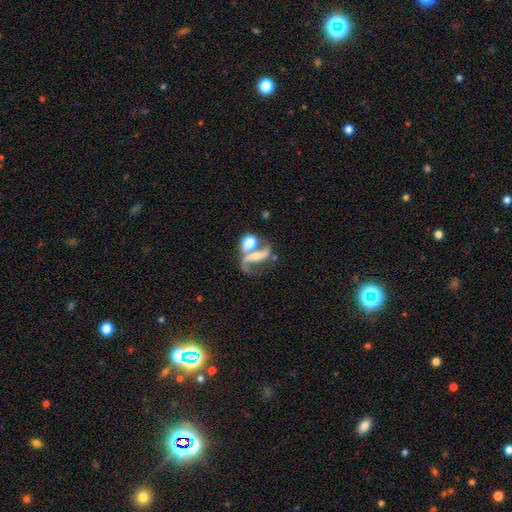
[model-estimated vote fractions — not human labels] This appears to be a featured or disk galaxy (70%) with a strong bar (39%), 2 (77%) loose (72%) spiral arms (87%) and a moderate central bulge (34%, tied with small). Merging: merger (36%).